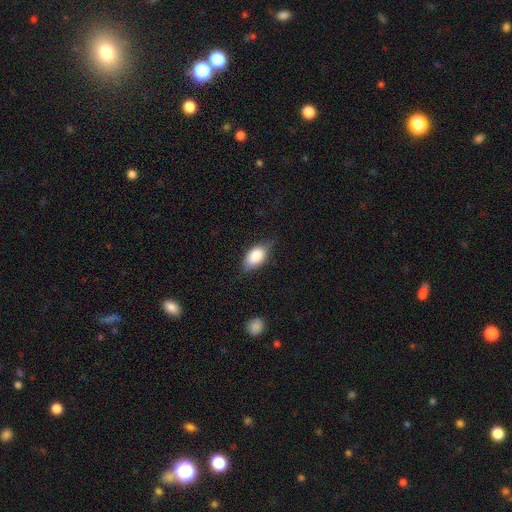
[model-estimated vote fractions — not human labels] Smooth or featured?
  - smooth: 81% *
  - featured or disk: 12%
  - star or artifact: 7%
How rounded?
  - in between: 90% *
  - round: 6%
  - cigar-shaped: 4%
Merging?
  - none: 70% *
  - minor disturbance: 24%
  - major disturbance: 5%
  - merger: 1%